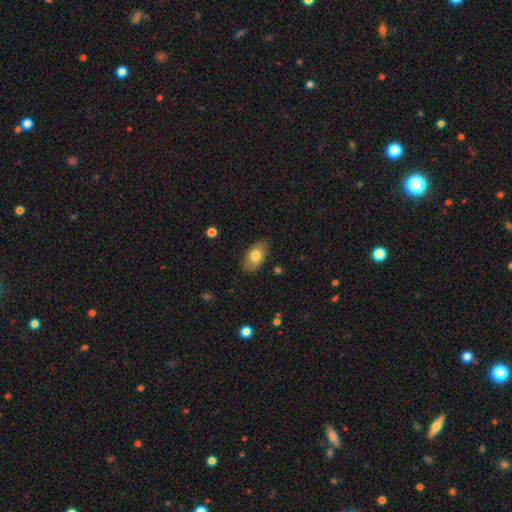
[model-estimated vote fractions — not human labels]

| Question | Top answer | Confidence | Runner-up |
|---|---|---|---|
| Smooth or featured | smooth | 75% | featured or disk (18%) |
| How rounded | in between | 92% | round (6%) |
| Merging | none | 85% | minor disturbance (11%) |